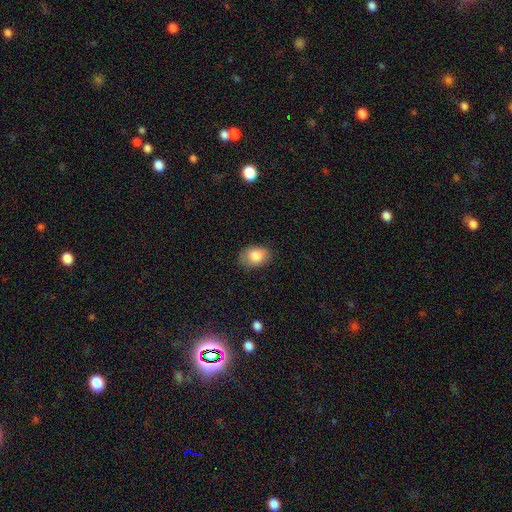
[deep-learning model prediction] Morphology: type=smooth (83%); roundness=in between (80%); merging=none (80%).